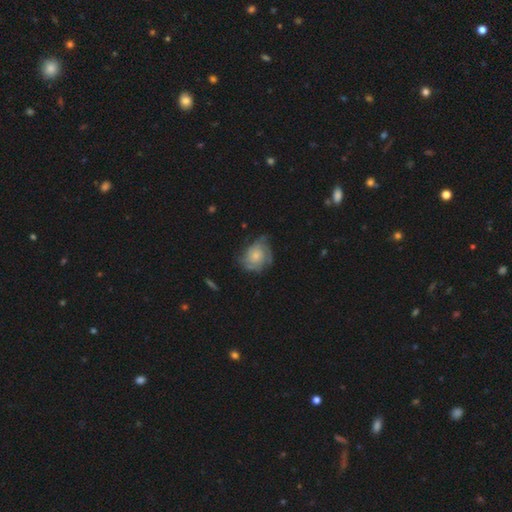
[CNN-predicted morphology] featured or disk 68%, smooth 25%, star or artifact 6%. Down the decision tree: edge-on disk — no (98%); bar — no (78%); spiral arms — yes (90%); spiral arm count — can't tell (36%); spiral winding — tight (57%); bulge size — small (48%); merging — none (60%).